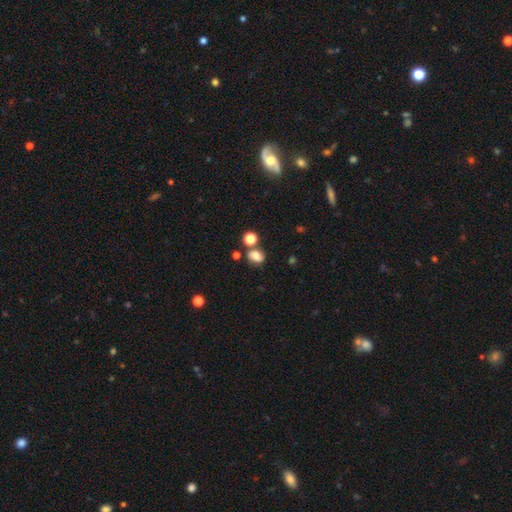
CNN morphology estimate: This is likely a smooth galaxy (71%). How rounded: possibly in between (57%). Merging: likely none (60%).